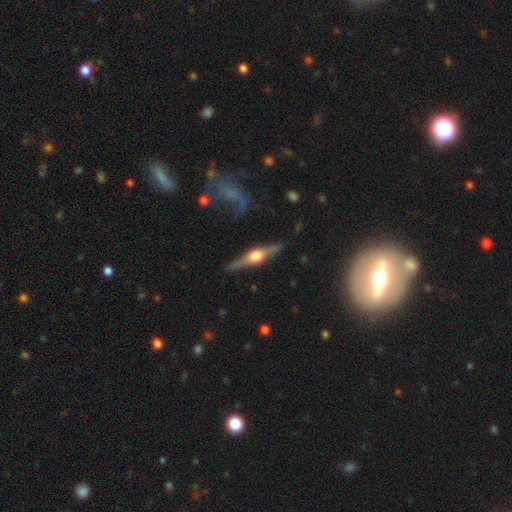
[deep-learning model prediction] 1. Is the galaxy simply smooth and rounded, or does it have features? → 80% featured or disk, 16% smooth, 5% star or artifact.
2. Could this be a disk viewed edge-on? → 97% yes, 3% no.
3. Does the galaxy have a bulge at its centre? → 93% rounded, 5% boxy, 2% none.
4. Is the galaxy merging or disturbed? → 86% none, 10% minor disturbance, 3% major disturbance, 2% merger.